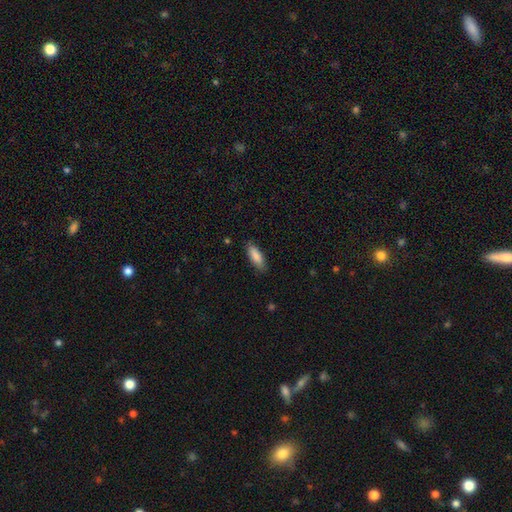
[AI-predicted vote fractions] smooth_or_featured: smooth (p=0.87) [alt: featured or disk p=0.07]
how_rounded: in between (p=0.65) [alt: cigar-shaped p=0.33]
merging: none (p=0.83) [alt: minor disturbance p=0.13]